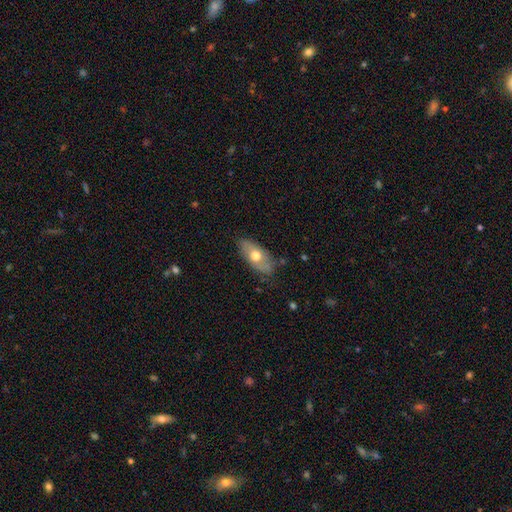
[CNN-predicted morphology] Smooth or featured: smooth — 57% (featured or disk — 37%)
How rounded: in between — 87% (cigar-shaped — 9%)
Merging: none — 77% (minor disturbance — 18%)